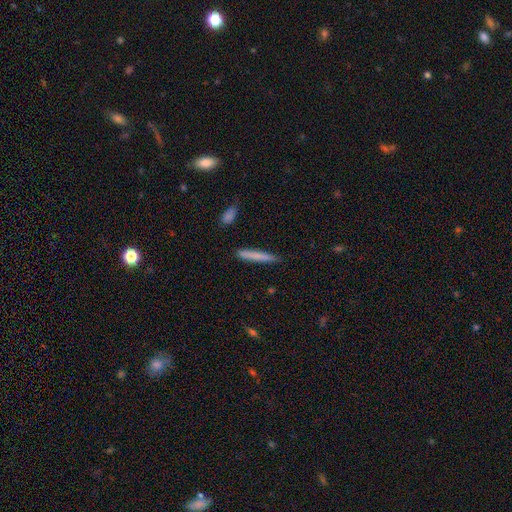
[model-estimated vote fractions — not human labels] Q: Smooth or featured?
A: smooth (75%); runner-up: featured or disk (19%)
Q: How rounded?
A: cigar-shaped (96%); runner-up: in between (3%)
Q: Merging?
A: none (86%); runner-up: minor disturbance (10%)